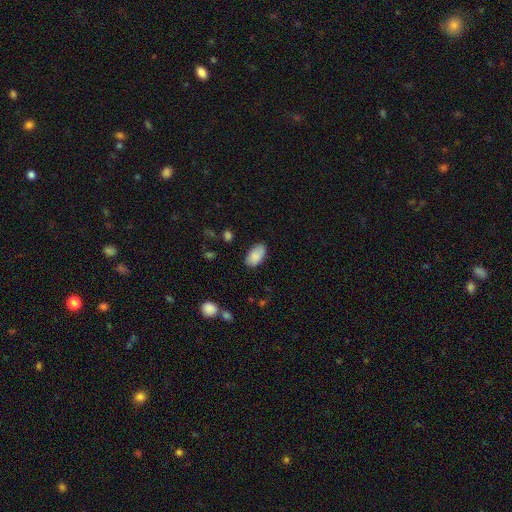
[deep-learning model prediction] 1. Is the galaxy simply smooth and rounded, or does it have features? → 88% smooth, 7% star or artifact, 6% featured or disk.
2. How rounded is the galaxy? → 95% in between, 3% round, 2% cigar-shaped.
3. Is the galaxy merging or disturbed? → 80% none, 15% minor disturbance, 3% major disturbance, 2% merger.